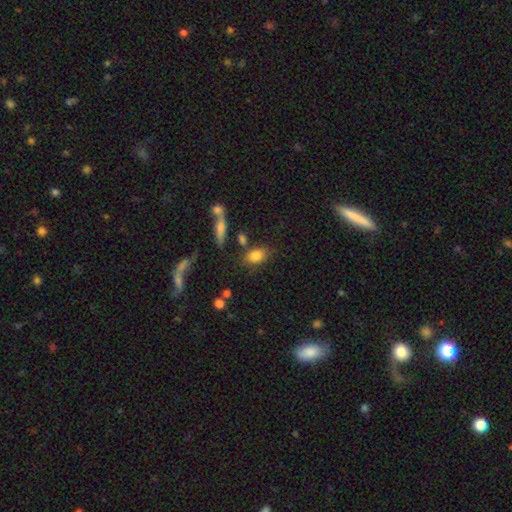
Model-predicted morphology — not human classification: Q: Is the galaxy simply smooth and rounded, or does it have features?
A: smooth — 81%.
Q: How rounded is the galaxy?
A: in between — 83%.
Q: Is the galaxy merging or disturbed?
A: none — 71%.